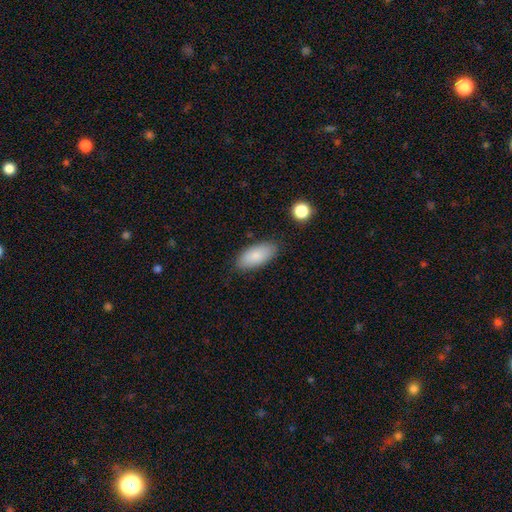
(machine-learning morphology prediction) smooth_or_featured: smooth (p=0.85) [alt: featured or disk p=0.08]
how_rounded: in between (p=0.90) [alt: cigar-shaped p=0.08]
merging: none (p=0.84) [alt: minor disturbance p=0.12]